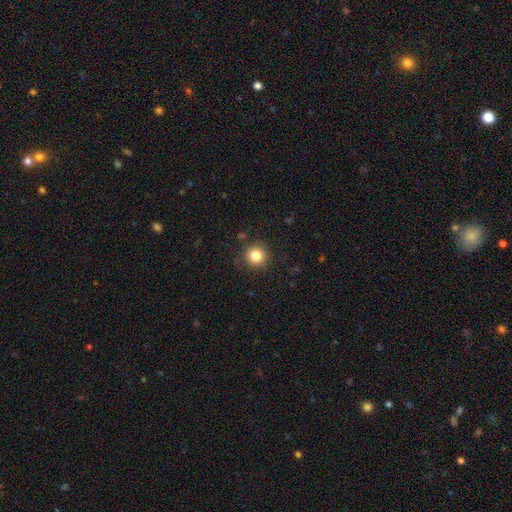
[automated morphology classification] A smooth galaxy with no disk features (83%) that is round (94%).

Vote fractions:
- Smooth or featured? smooth: 83% / star or artifact: 11% / featured or disk: 6%
- How rounded? round: 94% / in between: 5% / cigar-shaped: 1%
- Merging? none: 88% / minor disturbance: 8% / major disturbance: 3% / merger: 1%